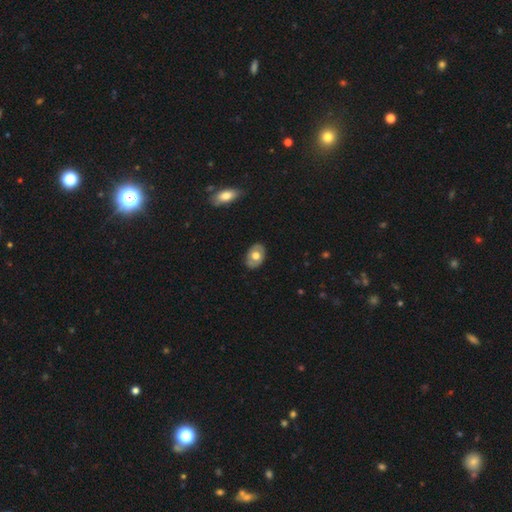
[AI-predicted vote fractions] Overall: smooth (57%; featured or disk 36%). How rounded: in between (79%). Merging: none (83%).